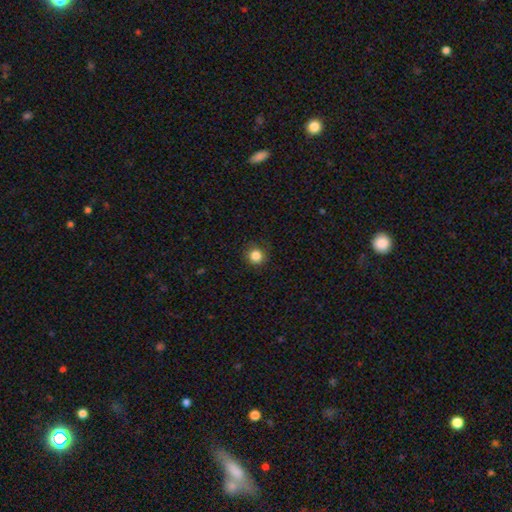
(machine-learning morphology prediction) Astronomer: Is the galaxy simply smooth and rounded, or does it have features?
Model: smooth — 85%.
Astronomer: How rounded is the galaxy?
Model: round — 92%.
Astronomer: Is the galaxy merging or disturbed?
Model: none — 87%.